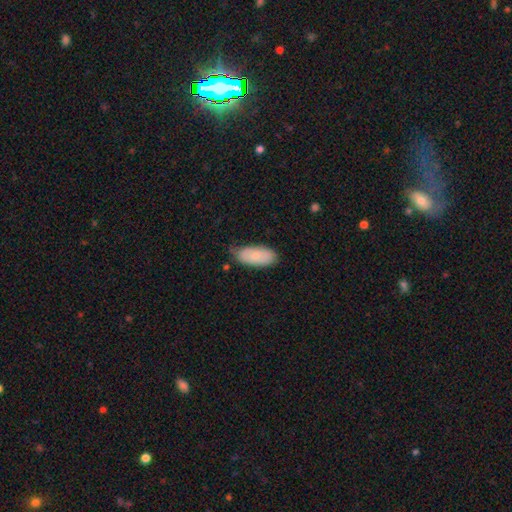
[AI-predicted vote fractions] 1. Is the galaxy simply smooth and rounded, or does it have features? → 79% smooth, 15% featured or disk, 6% star or artifact.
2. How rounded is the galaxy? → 90% in between, 8% cigar-shaped, 2% round.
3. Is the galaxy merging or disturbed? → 67% none, 27% minor disturbance, 4% major disturbance, 2% merger.